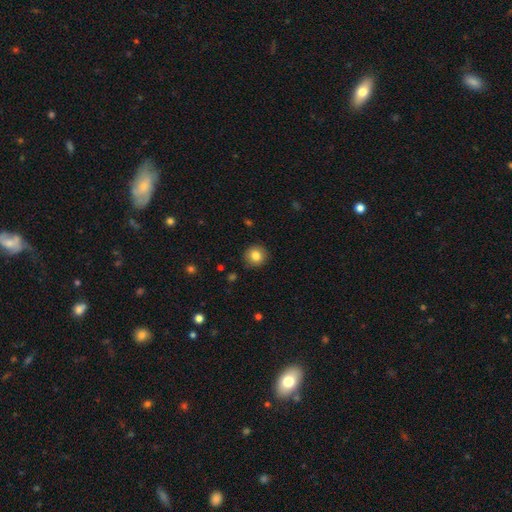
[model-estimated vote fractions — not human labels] Smooth or featured?
  - smooth: 83% *
  - star or artifact: 9%
  - featured or disk: 8%
How rounded?
  - round: 90% *
  - in between: 9%
  - cigar-shaped: 1%
Merging?
  - none: 90% *
  - minor disturbance: 7%
  - major disturbance: 2%
  - merger: 1%